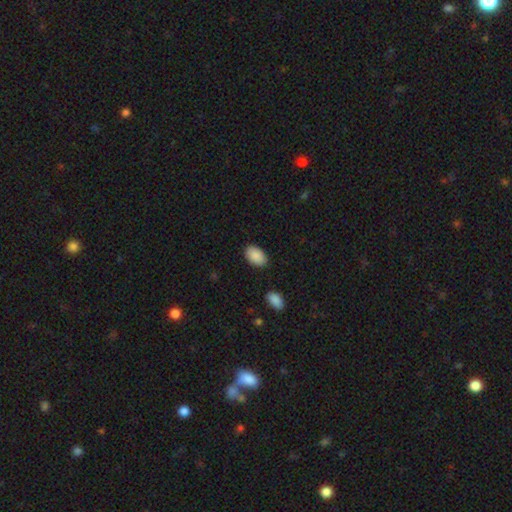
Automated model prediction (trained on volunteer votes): smooth-or-featured: smooth: 89% | star or artifact: 7% | featured or disk: 4%
  how-rounded: in between: 92% | round: 6% | cigar-shaped: 1%
  merging: none: 87% | minor disturbance: 9% | major disturbance: 2% | merger: 2%